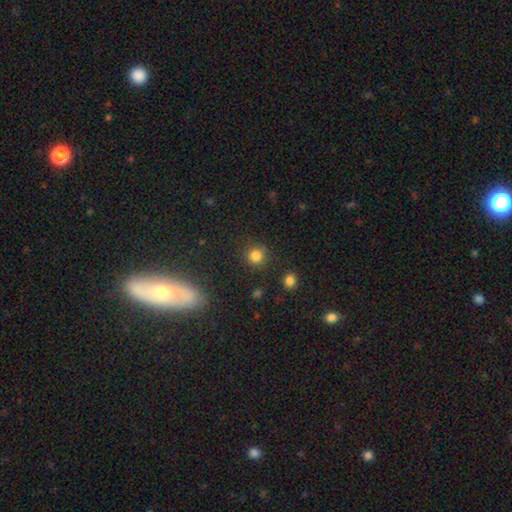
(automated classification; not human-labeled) Morphology: type=smooth (81%); roundness=round (91%); merging=none (84%).